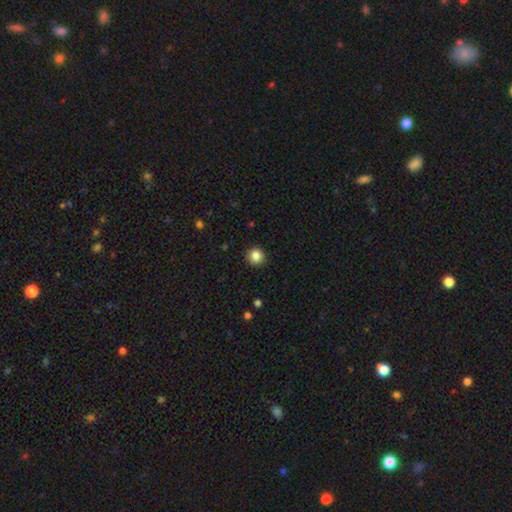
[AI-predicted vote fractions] smooth-or-featured: smooth: 85% | star or artifact: 10% | featured or disk: 4%
  how-rounded: round: 94% | in between: 5% | cigar-shaped: 1%
  merging: none: 92% | minor disturbance: 6% | major disturbance: 2% | merger: 1%